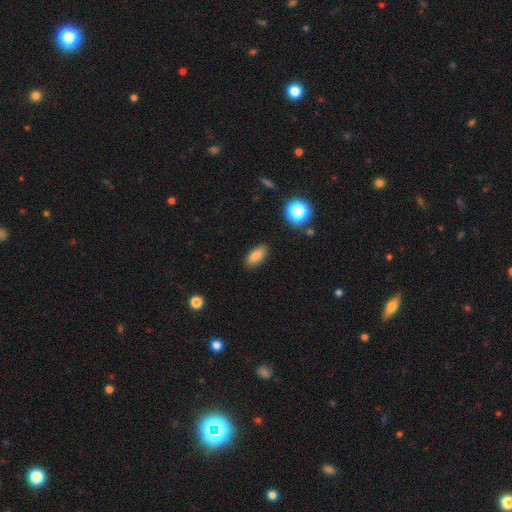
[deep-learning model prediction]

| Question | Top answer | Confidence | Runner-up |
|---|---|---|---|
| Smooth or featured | smooth | 81% | star or artifact (10%) |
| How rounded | in between | 86% | cigar-shaped (9%) |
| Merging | none | 86% | minor disturbance (10%) |